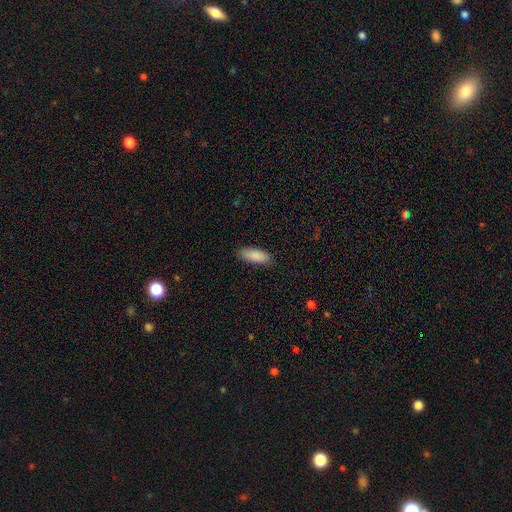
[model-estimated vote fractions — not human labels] A smooth galaxy with no disk features (89%) that is in between round and cigar-shaped (69%). Merging: none (87%).